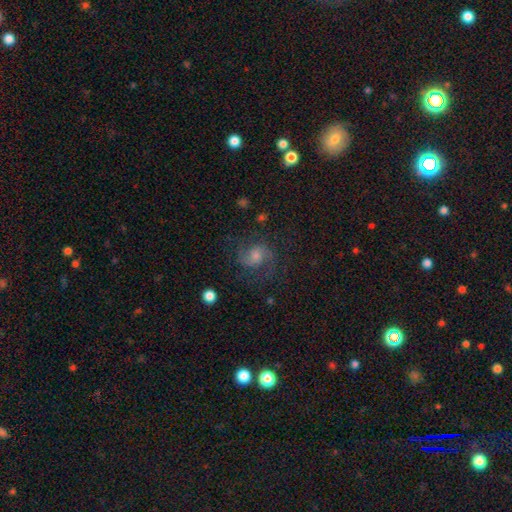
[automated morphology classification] Overall: featured or disk (71%). Edge-on disk: no (98%). Bar: no (55%; weak 37%). Spiral arms: yes (94%). Spiral arm count: 2 (83%). Spiral winding: medium (55%; loose 23%). Bulge size: moderate (47%; small 36%). Merging: none (74%).